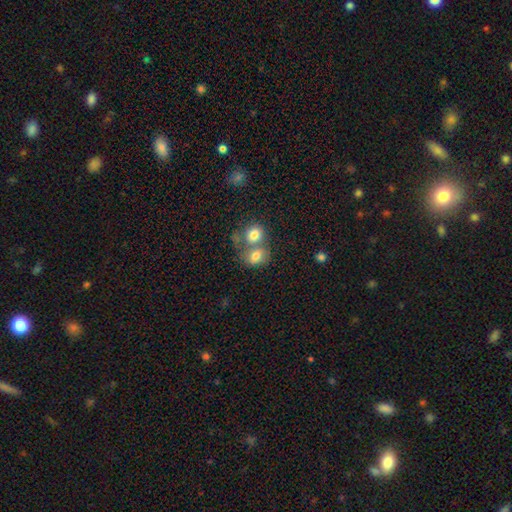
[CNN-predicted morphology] smooth 77%, featured or disk 13%, star or artifact 11%. Down the decision tree: how rounded — in between (55%); merging — merger (56%).